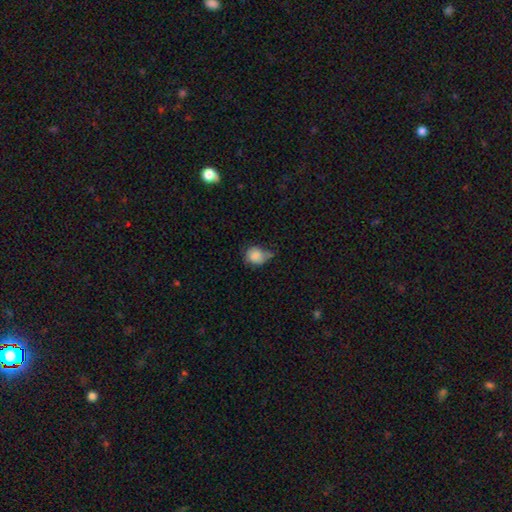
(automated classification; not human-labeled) smooth-or-featured: smooth: 82% | featured or disk: 9% | star or artifact: 9%
  how-rounded: round: 65% | in between: 34% | cigar-shaped: 1%
  merging: minor disturbance: 40% | none: 39% | major disturbance: 13% | merger: 8%